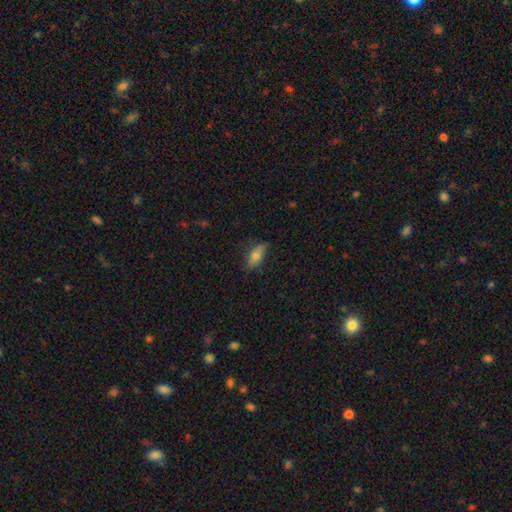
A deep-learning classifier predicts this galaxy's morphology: A smooth galaxy with no disk features (61%) that is in between round and cigar-shaped (75%).

Vote fractions:
- Smooth or featured? smooth: 61% / featured or disk: 30% / star or artifact: 9%
- How rounded? in between: 75% / cigar-shaped: 20% / round: 5%
- Merging? none: 69% / minor disturbance: 24% / major disturbance: 6% / merger: 2%